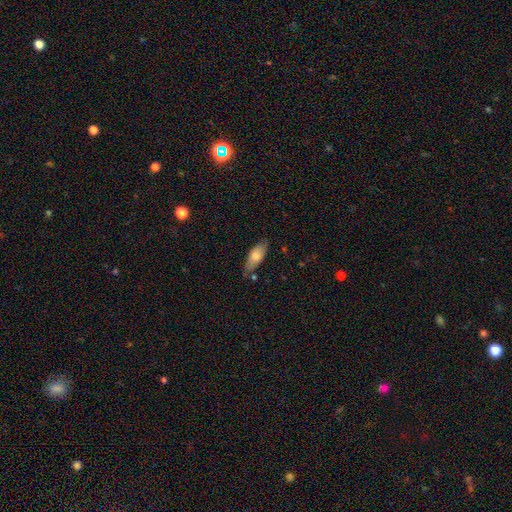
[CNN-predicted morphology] The model was most divided on "how rounded": in between: 74%, cigar-shaped: 23%, round: 2%. More confident: smooth or featured — smooth (75%); merging — none (74%).